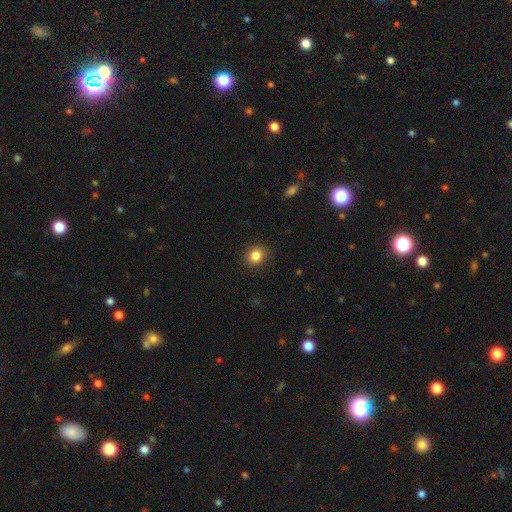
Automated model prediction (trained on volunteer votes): Q: Smooth or featured?
A: smooth (85%); runner-up: star or artifact (10%)
Q: How rounded?
A: round (72%); runner-up: in between (27%)
Q: Merging?
A: none (89%); runner-up: minor disturbance (8%)